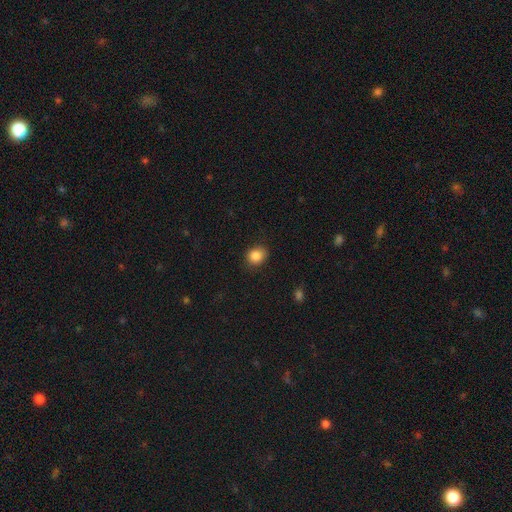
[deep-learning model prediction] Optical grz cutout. It shows a smooth galaxy with no disk features (86%) that is round (65%). Merging: none (85%).